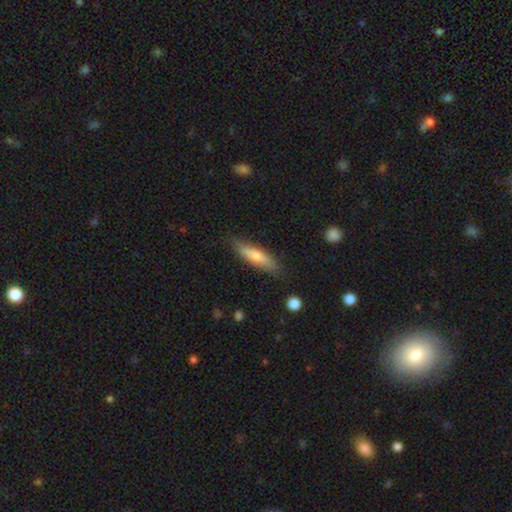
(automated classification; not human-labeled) smooth_or_featured: smooth (p=0.68) [alt: featured or disk p=0.26]
how_rounded: cigar-shaped (p=0.69) [alt: in between p=0.29]
merging: none (p=0.81) [alt: minor disturbance p=0.14]